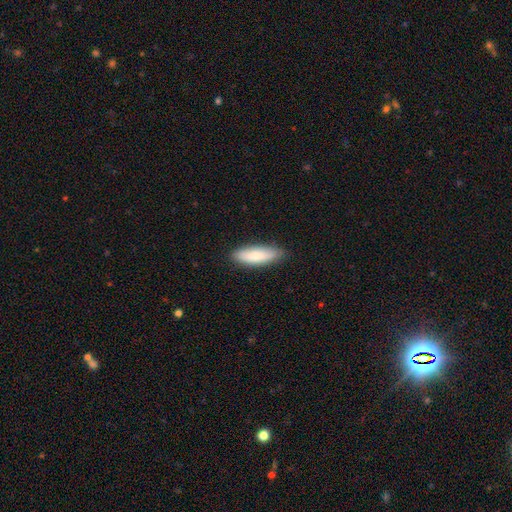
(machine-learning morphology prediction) Overall: smooth (85%). How rounded: in between (50%; cigar-shaped 48%). Merging: none (85%).